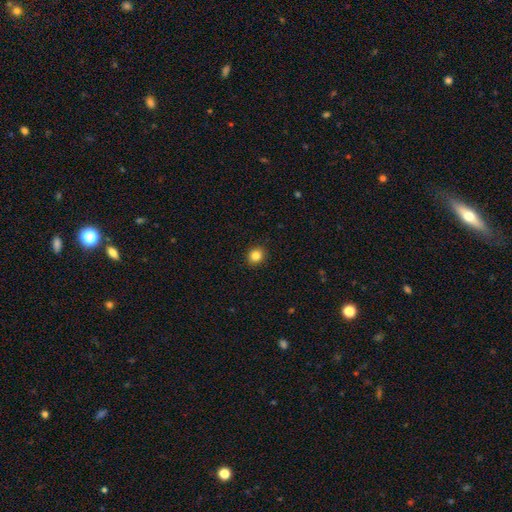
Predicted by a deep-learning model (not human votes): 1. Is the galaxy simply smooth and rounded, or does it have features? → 84% smooth, 11% star or artifact, 5% featured or disk.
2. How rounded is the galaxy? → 83% round, 16% in between, 1% cigar-shaped.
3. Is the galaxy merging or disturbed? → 92% none, 5% minor disturbance, 2% major disturbance, 1% merger.